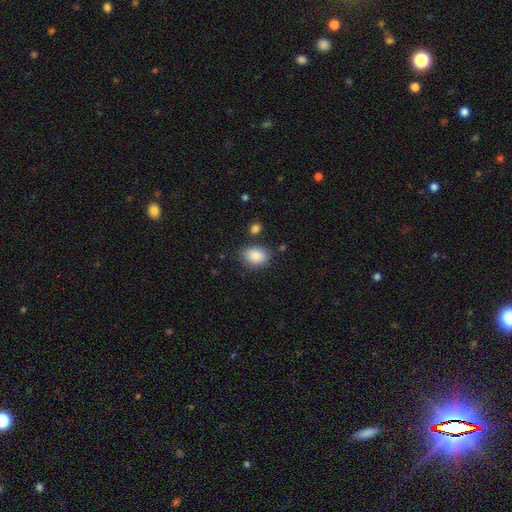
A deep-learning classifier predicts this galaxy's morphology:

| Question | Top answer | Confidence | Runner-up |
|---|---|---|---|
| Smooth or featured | smooth | 87% | star or artifact (8%) |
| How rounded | in between | 72% | round (26%) |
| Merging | none | 77% | minor disturbance (15%) |